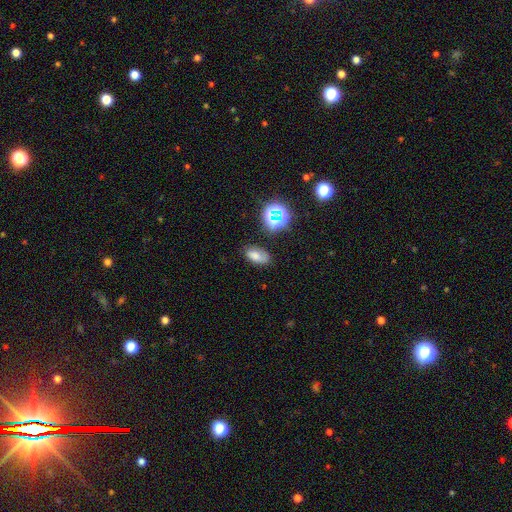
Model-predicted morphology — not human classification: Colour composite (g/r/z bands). It shows a smooth galaxy with no disk features (65%) that is in between round and cigar-shaped (89%). Merging: none (68%).